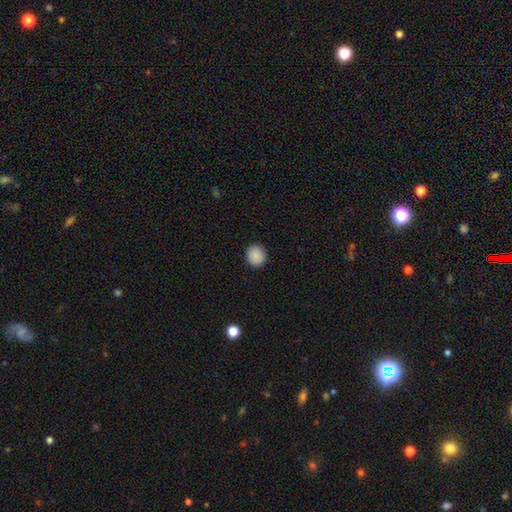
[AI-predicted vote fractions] A smooth galaxy with no disk features (89%) that is round (82%).

Vote fractions:
- Smooth or featured? smooth: 89% / star or artifact: 8% / featured or disk: 3%
- How rounded? round: 82% / in between: 18% / cigar-shaped: 1%
- Merging? none: 91% / minor disturbance: 6% / major disturbance: 2% / merger: 1%